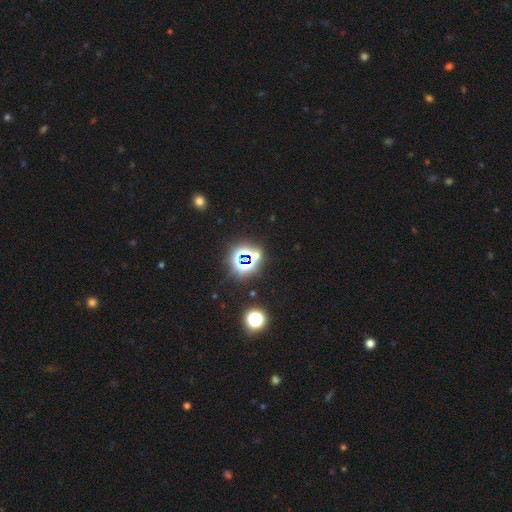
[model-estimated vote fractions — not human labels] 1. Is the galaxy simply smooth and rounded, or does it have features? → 72% star or artifact, 20% smooth, 8% featured or disk.